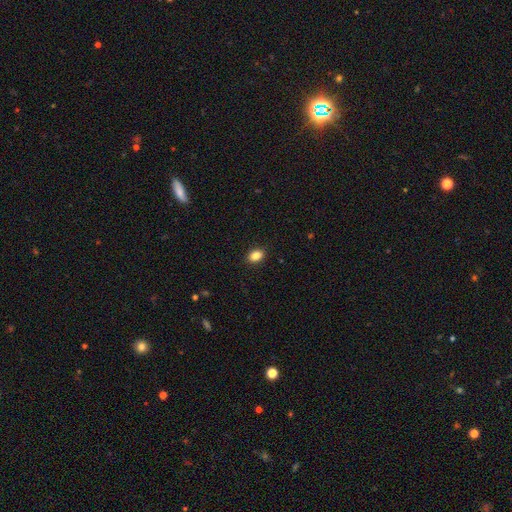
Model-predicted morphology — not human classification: Smooth or featured? smooth (86%)
How rounded? in between (75%)
Merging? none (90%)